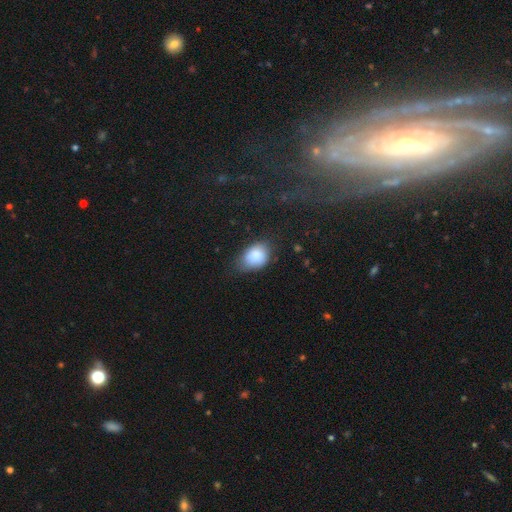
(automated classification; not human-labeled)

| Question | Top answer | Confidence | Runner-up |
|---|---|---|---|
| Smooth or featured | smooth | 86% | star or artifact (7%) |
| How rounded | in between | 75% | round (24%) |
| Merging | none | 55% | minor disturbance (34%) |